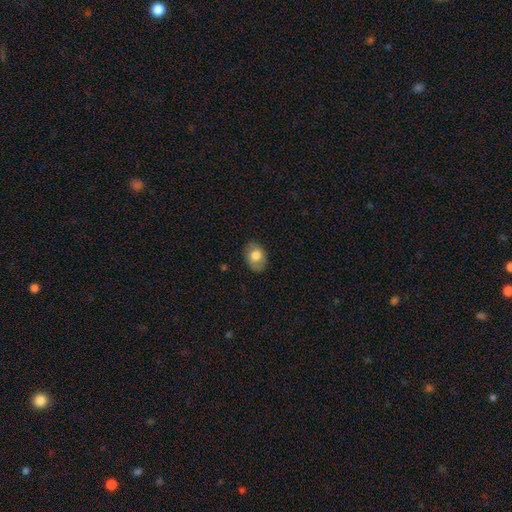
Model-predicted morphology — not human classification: Overall: smooth (77%). How rounded: in between (75%). Merging: none (84%).